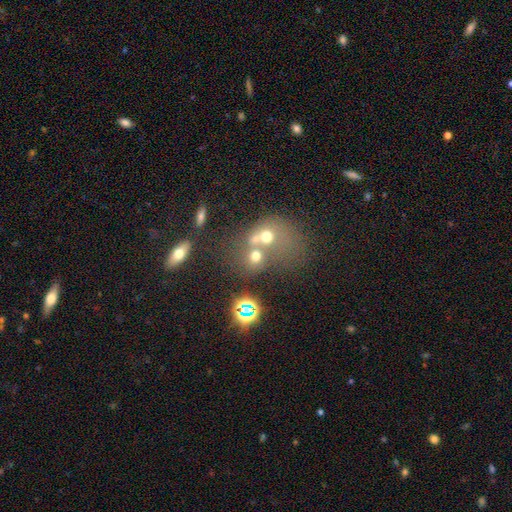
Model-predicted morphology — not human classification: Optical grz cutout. It shows a smooth galaxy with no disk features (58%) that is round (65%). Merging: merger (56%).